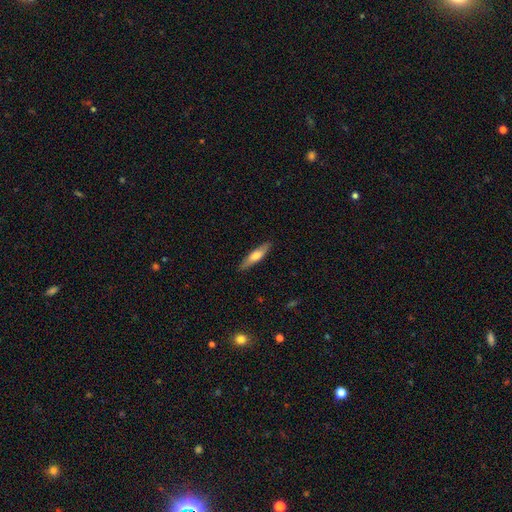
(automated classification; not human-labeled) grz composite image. It shows a smooth galaxy with no disk features (57%) that is cigar-shaped (76%). Merging: none (88%).